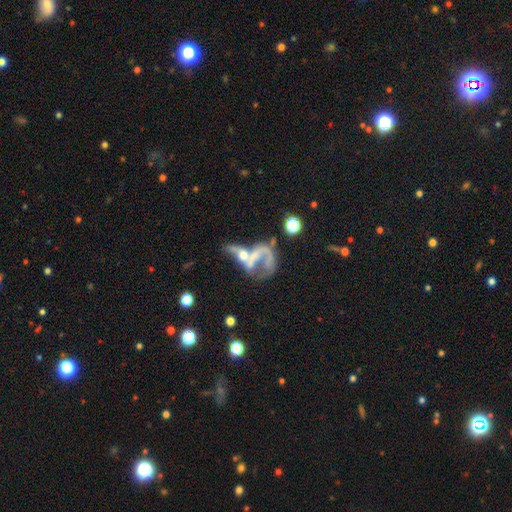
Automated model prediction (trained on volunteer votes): The model was most divided on "bulge size": none: 42%, moderate: 27%, small: 22%, large: 7%, dominant: 3%. Remaining: edge-on disk — no (94%); bar — no (79%); spiral arms — no (66%); smooth or featured — featured or disk (62%); merging — merger (48%).